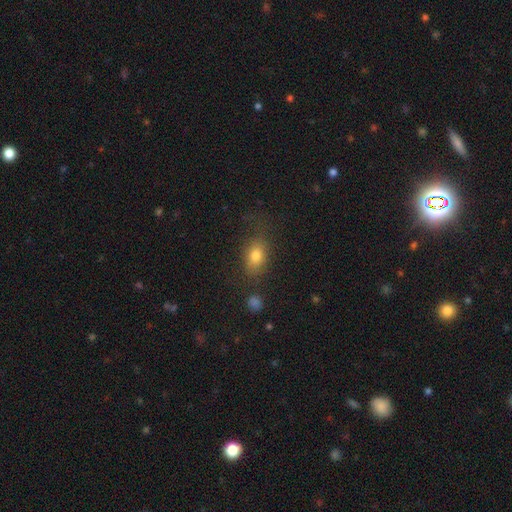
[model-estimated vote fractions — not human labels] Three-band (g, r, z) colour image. It shows a smooth galaxy with no disk features (77%) that is in between round and cigar-shaped (80%). Merging: none (66%).